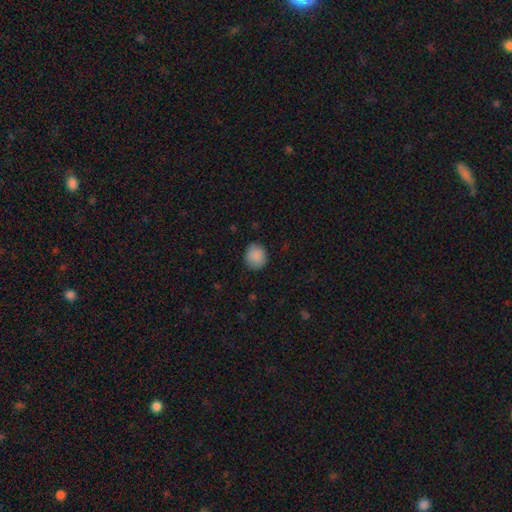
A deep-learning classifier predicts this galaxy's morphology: A smooth galaxy with no disk features (89%) that is round (84%).

Vote fractions:
- Smooth or featured? smooth: 89% / star or artifact: 8% / featured or disk: 3%
- How rounded? round: 84% / in between: 15% / cigar-shaped: 1%
- Merging? none: 86% / minor disturbance: 11% / major disturbance: 2% / merger: 1%